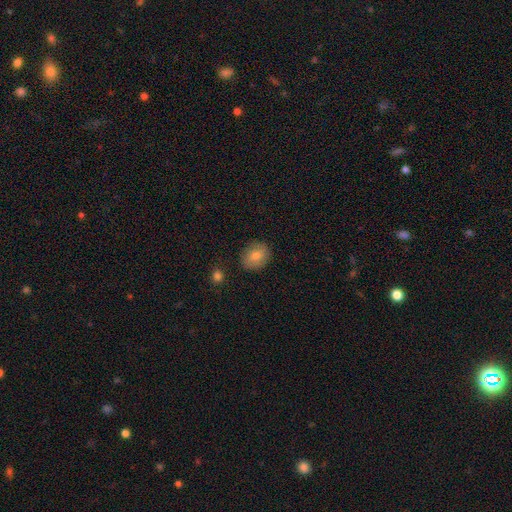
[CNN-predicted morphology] This appears to be a smooth galaxy with no disk features (76%) that is round (55%). Merging: none (85%).